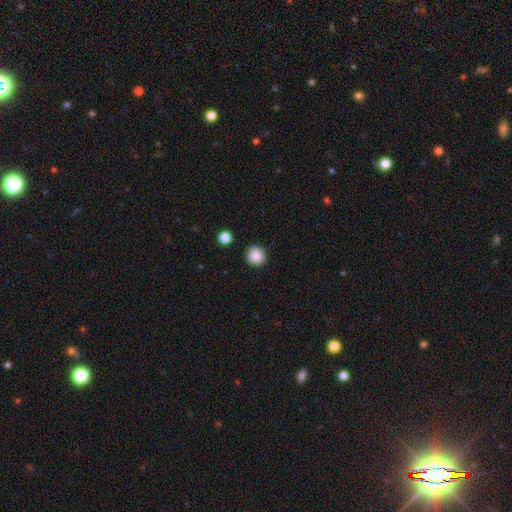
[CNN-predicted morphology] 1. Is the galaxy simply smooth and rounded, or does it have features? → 88% smooth, 9% star or artifact, 3% featured or disk.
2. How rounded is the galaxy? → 93% round, 6% in between, 1% cigar-shaped.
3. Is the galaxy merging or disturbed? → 90% none, 6% minor disturbance, 2% major disturbance, 2% merger.